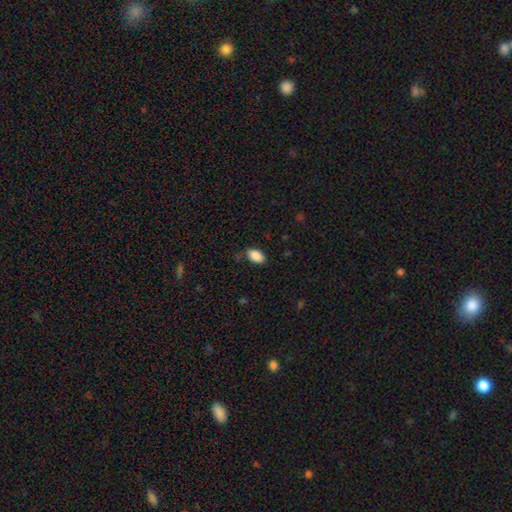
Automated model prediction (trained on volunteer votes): Smooth or featured? Predicted: smooth (p=0.89). How rounded? Predicted: in between (p=0.92). Merging? Predicted: none (p=0.82).